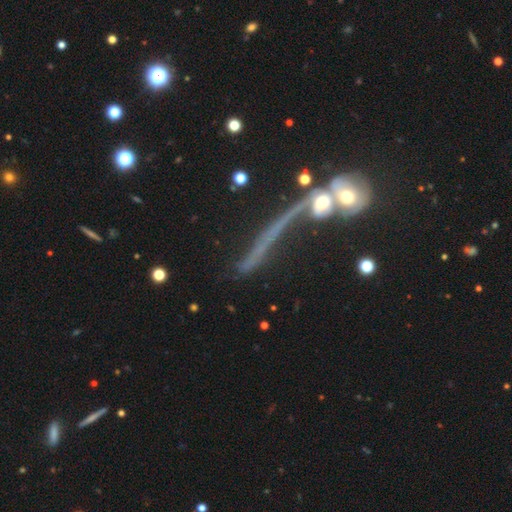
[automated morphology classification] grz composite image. It shows a featured or disk galaxy (50%). Merging: none (36%).